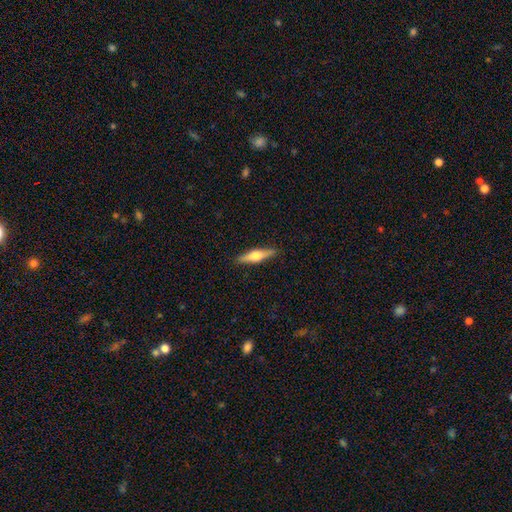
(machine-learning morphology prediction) The model was most divided on "smooth or featured": featured or disk: 54%, smooth: 40%, star or artifact: 6%. More confident: edge-on disk — yes (96%); edge-on bulge — rounded (93%); merging — none (90%).